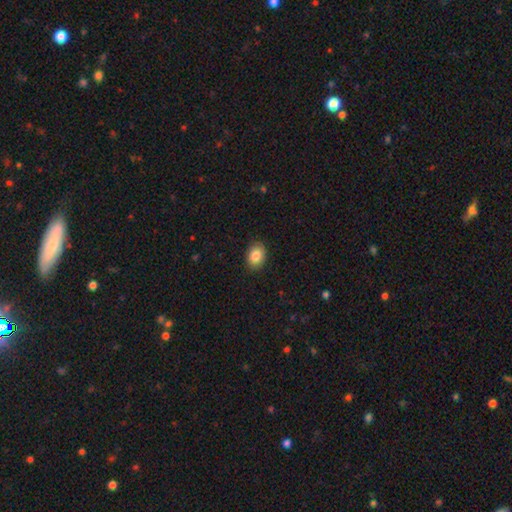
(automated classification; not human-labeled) Smooth or featured?
  - smooth: 86% *
  - star or artifact: 8%
  - featured or disk: 7%
How rounded?
  - in between: 75% *
  - round: 24%
  - cigar-shaped: 1%
Merging?
  - none: 89% *
  - minor disturbance: 8%
  - major disturbance: 2%
  - merger: 1%